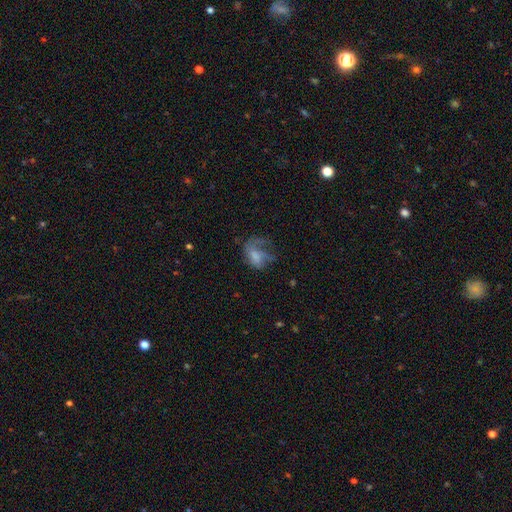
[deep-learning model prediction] Overall: smooth (50%; featured or disk 39%). How rounded: in between (73%). Merging: major disturbance (49%; none 26%).